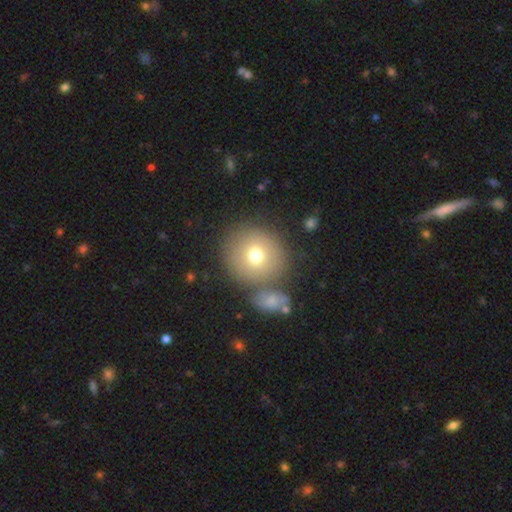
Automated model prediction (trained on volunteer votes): Smooth or featured? Predicted: smooth (p=0.73). How rounded? Predicted: round (p=0.90). Merging? Predicted: none (p=0.69).